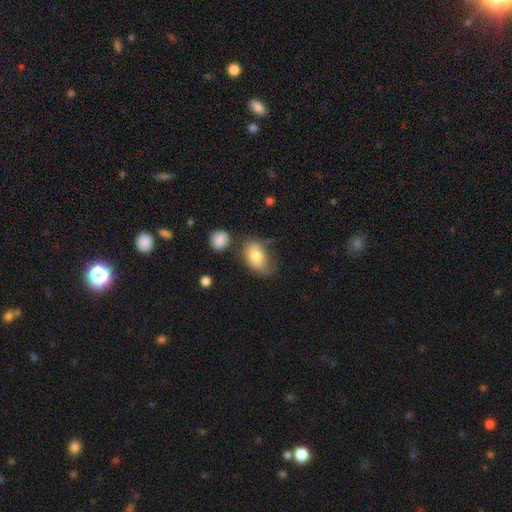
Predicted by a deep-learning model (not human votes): A smooth galaxy with no disk features (75%) that is in between round and cigar-shaped (86%).

Vote fractions:
- Smooth or featured? smooth: 75% / featured or disk: 18% / star or artifact: 7%
- How rounded? in between: 86% / round: 12% / cigar-shaped: 1%
- Merging? none: 43% / minor disturbance: 32% / major disturbance: 18% / merger: 7%